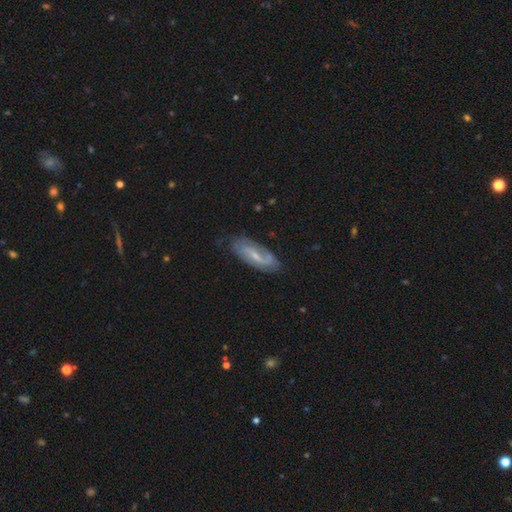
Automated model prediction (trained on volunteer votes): Smooth or featured? featured or disk (73%)
Edge-on disk? no (88%)
Bar? weak (51%)
Spiral arms? yes (89%)
Spiral winding? medium (40%)
Spiral arm count? 2 (76%)
Bulge size? small (64%)
Merging? none (75%)